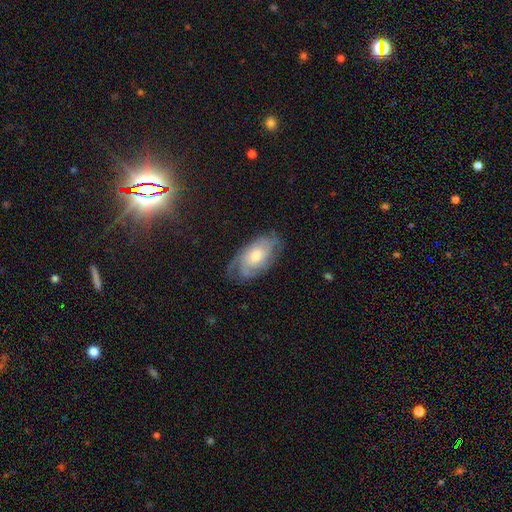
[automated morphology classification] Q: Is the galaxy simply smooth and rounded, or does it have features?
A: featured or disk — 70%.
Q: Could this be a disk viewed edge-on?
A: no — 93%.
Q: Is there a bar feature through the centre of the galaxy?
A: no — 74%.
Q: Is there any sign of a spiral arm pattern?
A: yes — 91%.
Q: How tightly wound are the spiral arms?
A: tight — 58%.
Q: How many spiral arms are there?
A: can't tell — 44%.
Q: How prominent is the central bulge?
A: moderate — 63%.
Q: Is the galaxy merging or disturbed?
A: none — 70%.